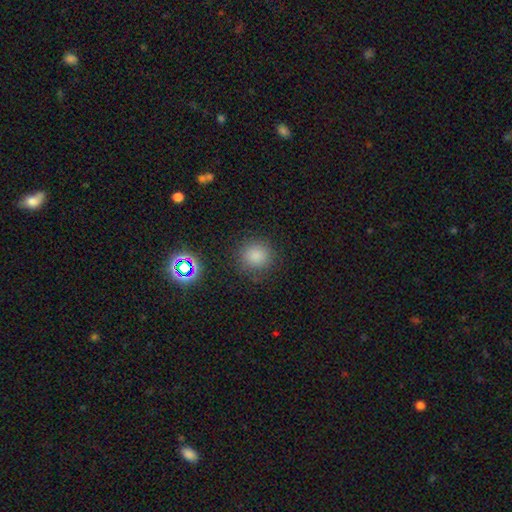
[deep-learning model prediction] smooth-or-featured: smooth: 82% | star or artifact: 14% | featured or disk: 5%
  how-rounded: round: 89% | in between: 10% | cigar-shaped: 1%
  merging: none: 84% | minor disturbance: 10% | major disturbance: 4% | merger: 2%